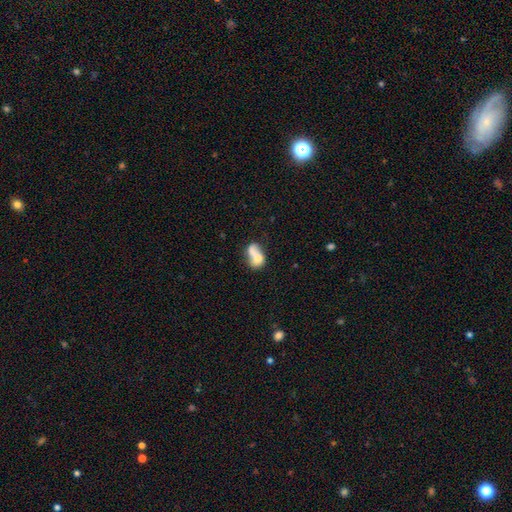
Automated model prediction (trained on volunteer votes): smooth-or-featured: smooth: 66% | featured or disk: 26% | star or artifact: 9%
  how-rounded: in between: 76% | round: 21% | cigar-shaped: 3%
  merging: merger: 59% | none: 21% | minor disturbance: 12% | major disturbance: 9%